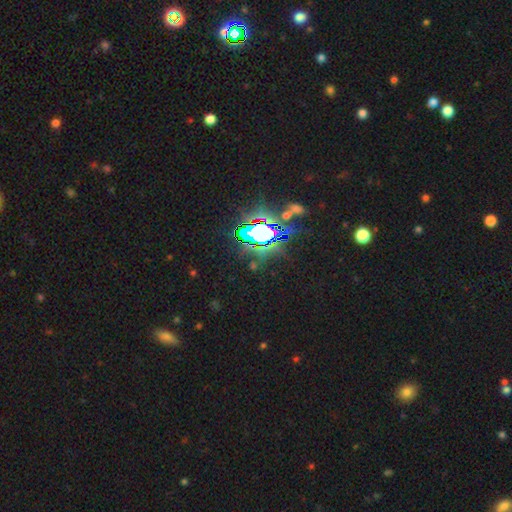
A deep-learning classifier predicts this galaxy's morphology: This is clearly a star or artifact rather than a galaxy (84%).